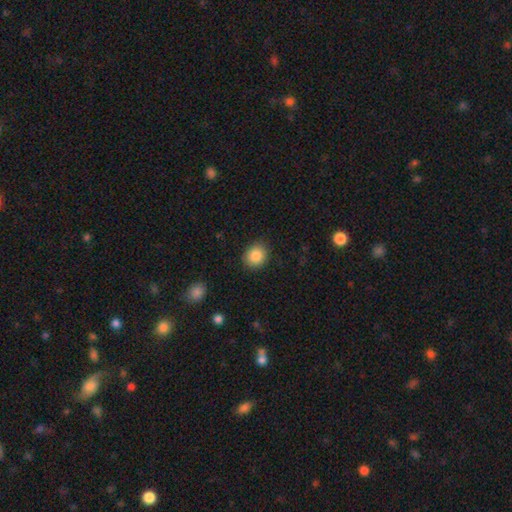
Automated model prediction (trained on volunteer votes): A smooth galaxy with no disk features (88%) that is round (67%).

Vote fractions:
- Smooth or featured? smooth: 88% / star or artifact: 8% / featured or disk: 4%
- How rounded? round: 67% / in between: 32% / cigar-shaped: 1%
- Merging? none: 86% / minor disturbance: 10% / major disturbance: 3% / merger: 1%